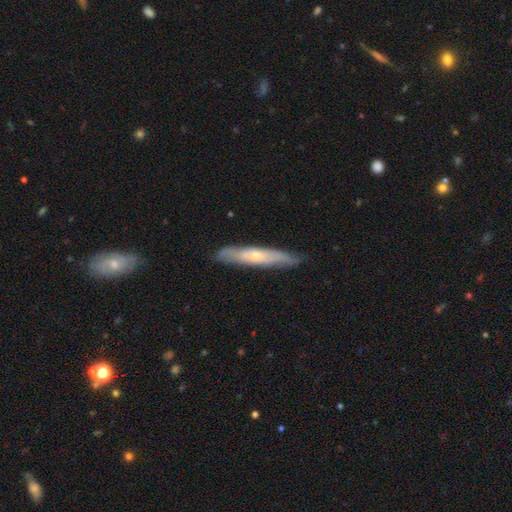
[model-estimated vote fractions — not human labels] Q: Smooth or featured?
A: featured or disk (57%); runner-up: smooth (37%)
Q: Edge-on disk?
A: yes (71%); runner-up: no (29%)
Q: Merging?
A: none (80%); runner-up: minor disturbance (16%)